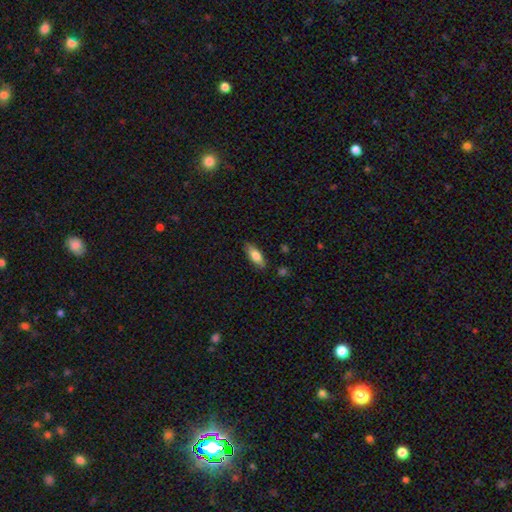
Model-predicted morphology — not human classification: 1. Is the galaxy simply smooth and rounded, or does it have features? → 79% smooth, 15% featured or disk, 7% star or artifact.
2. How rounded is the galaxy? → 72% in between, 26% cigar-shaped, 2% round.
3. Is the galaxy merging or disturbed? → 85% none, 12% minor disturbance, 2% major disturbance, 1% merger.